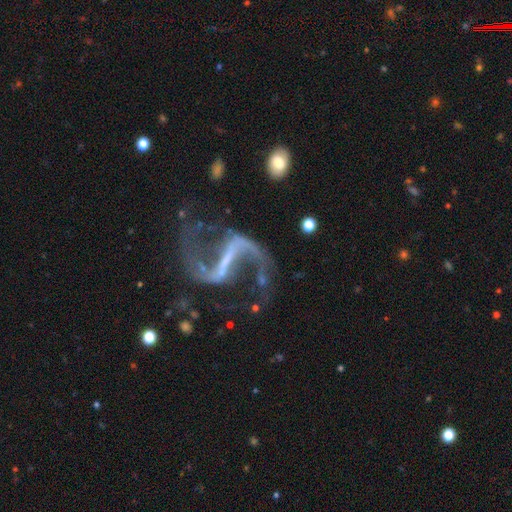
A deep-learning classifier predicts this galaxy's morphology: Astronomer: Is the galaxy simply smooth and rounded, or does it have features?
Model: featured or disk — 92%.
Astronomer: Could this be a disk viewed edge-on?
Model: no — 97%.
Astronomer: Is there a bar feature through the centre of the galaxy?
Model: strong — 64%.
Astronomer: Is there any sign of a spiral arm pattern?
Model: yes — 97%.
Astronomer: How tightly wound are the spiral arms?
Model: loose — 77%.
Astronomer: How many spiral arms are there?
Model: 2 — 94%.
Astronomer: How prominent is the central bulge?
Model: small — 47% (runner-up: none, 44%).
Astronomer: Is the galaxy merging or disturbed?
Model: none — 69%.